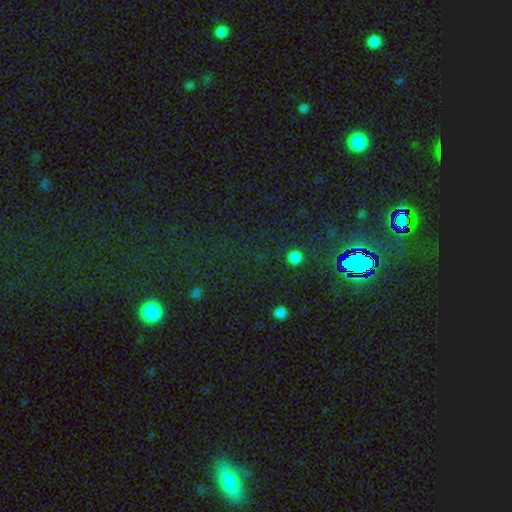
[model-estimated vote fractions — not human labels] The model was most divided on "smooth or featured": star or artifact: 73%, smooth: 18%, featured or disk: 10%.